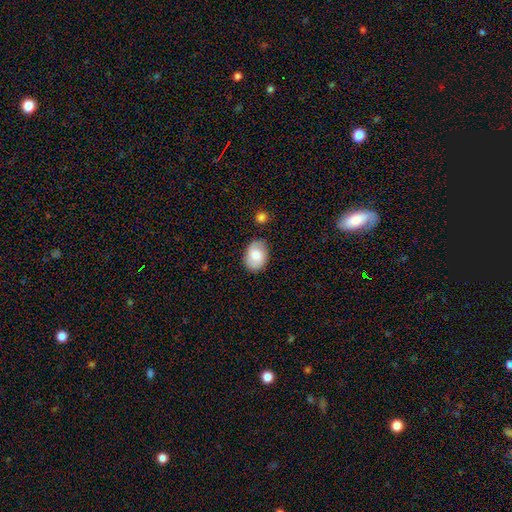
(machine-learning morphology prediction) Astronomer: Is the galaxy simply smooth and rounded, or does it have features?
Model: smooth — 79%.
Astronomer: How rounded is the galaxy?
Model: in between — 81%.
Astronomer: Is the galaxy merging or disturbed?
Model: none — 75%.